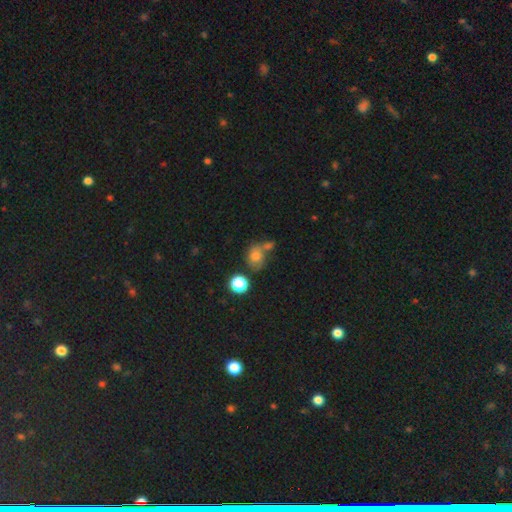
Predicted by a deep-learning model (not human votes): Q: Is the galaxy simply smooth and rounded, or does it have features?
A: smooth — 74%.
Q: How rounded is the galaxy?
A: round — 61%.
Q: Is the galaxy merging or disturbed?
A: none — 40%.